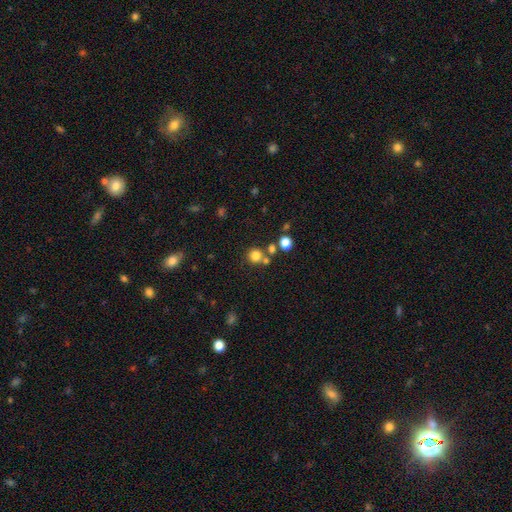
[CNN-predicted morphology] Q: Smooth or featured?
A: smooth (78%); runner-up: star or artifact (15%)
Q: How rounded?
A: round (91%); runner-up: in between (8%)
Q: Merging?
A: none (68%); runner-up: merger (20%)